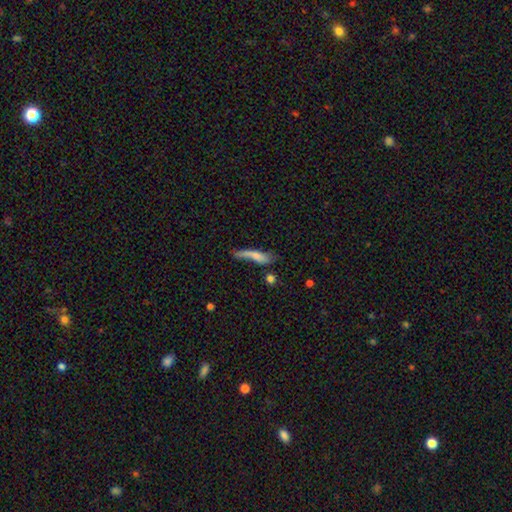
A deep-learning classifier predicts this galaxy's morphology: A smooth galaxy with no disk features (64%) that is cigar-shaped (77%).

Vote fractions:
- Smooth or featured? smooth: 64% / featured or disk: 28% / star or artifact: 8%
- How rounded? cigar-shaped: 77% / in between: 20% / round: 3%
- Merging? none: 34% / minor disturbance: 27% / major disturbance: 25% / merger: 13%